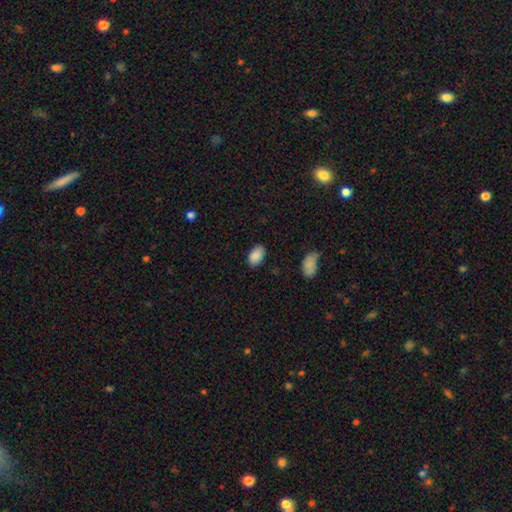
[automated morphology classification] A smooth galaxy with no disk features (88%) that is in between round and cigar-shaped (92%).

Vote fractions:
- Smooth or featured? smooth: 88% / star or artifact: 7% / featured or disk: 4%
- How rounded? in between: 92% / round: 7% / cigar-shaped: 1%
- Merging? none: 85% / minor disturbance: 11% / major disturbance: 3% / merger: 1%